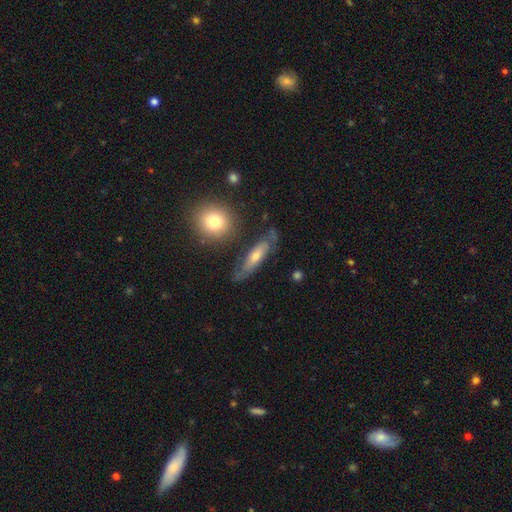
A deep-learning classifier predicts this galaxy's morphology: A featured or disk galaxy (50%). Merging: none (70%).